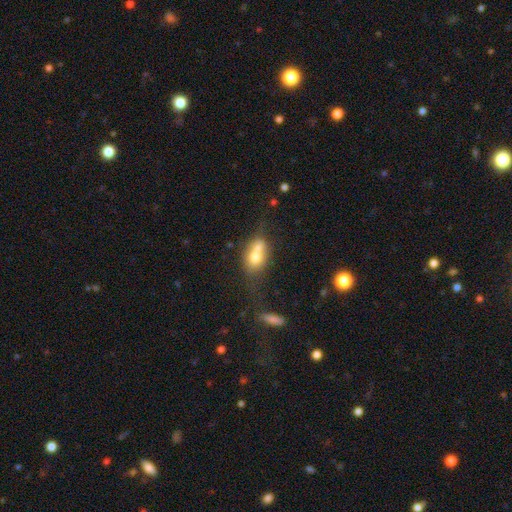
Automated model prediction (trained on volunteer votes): Q: Smooth or featured?
A: smooth (65%); runner-up: featured or disk (24%)
Q: How rounded?
A: in between (66%); runner-up: round (29%)
Q: Merging?
A: merger (56%); runner-up: none (25%)